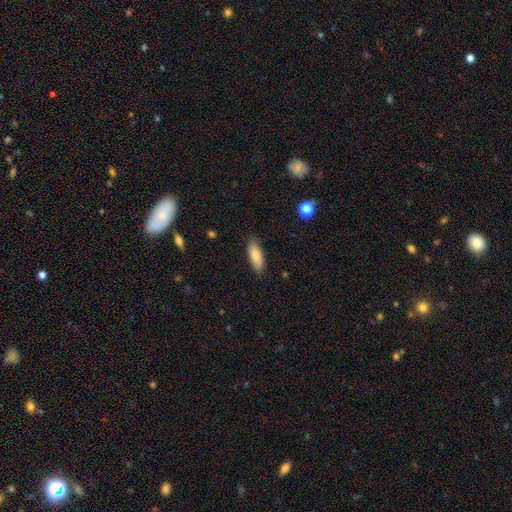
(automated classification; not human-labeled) Smooth or featured: smooth — 79% (featured or disk — 15%)
How rounded: in between — 58% (cigar-shaped — 40%)
Merging: none — 85% (minor disturbance — 12%)